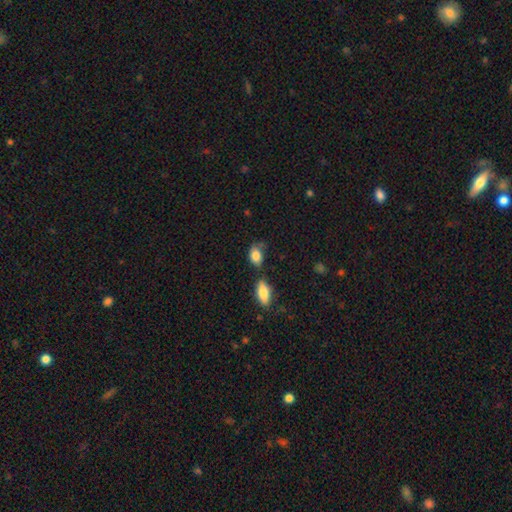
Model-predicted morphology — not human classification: Smooth or featured?
  - smooth: 83% *
  - featured or disk: 9%
  - star or artifact: 8%
How rounded?
  - in between: 80% *
  - round: 17%
  - cigar-shaped: 2%
Merging?
  - none: 44% *
  - minor disturbance: 32%
  - merger: 13%
  - major disturbance: 11%